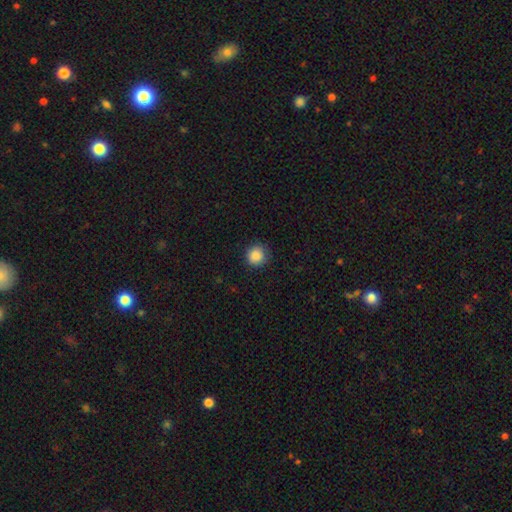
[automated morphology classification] A smooth galaxy with no disk features (87%) that is round (91%).

Vote fractions:
- Smooth or featured? smooth: 87% / star or artifact: 9% / featured or disk: 3%
- How rounded? round: 91% / in between: 8% / cigar-shaped: 1%
- Merging? none: 87% / minor disturbance: 10% / major disturbance: 2% / merger: 1%